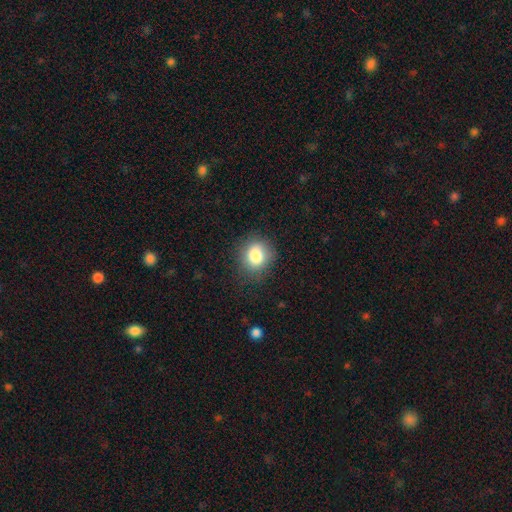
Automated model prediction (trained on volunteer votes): Overall: smooth (82%). How rounded: round (76%). Merging: none (81%).